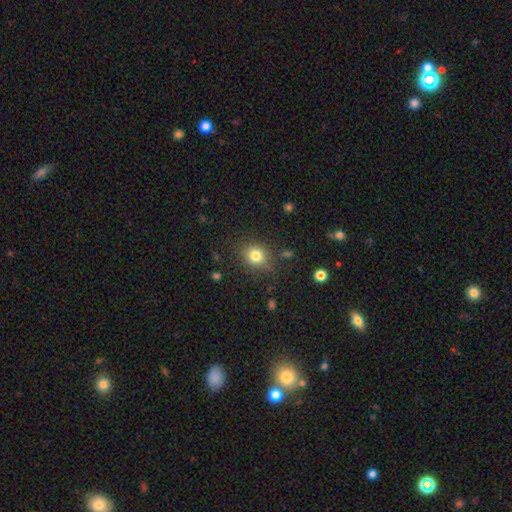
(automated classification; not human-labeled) Smooth or featured?
  - smooth: 80% *
  - star or artifact: 13%
  - featured or disk: 7%
How rounded?
  - round: 75% *
  - in between: 24%
  - cigar-shaped: 1%
Merging?
  - none: 82% *
  - minor disturbance: 12%
  - major disturbance: 4%
  - merger: 2%